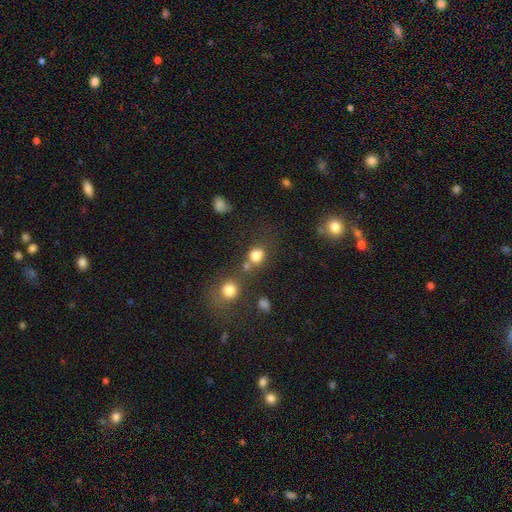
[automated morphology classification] smooth_or_featured: smooth (p=0.76) [alt: star or artifact p=0.15]
how_rounded: round (p=0.67) [alt: in between p=0.31]
merging: none (p=0.48) [alt: merger p=0.32]